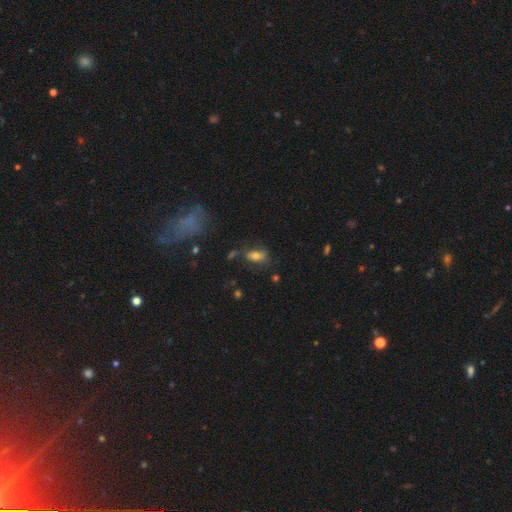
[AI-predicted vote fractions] Smooth or featured?
  - smooth: 69% *
  - featured or disk: 18%
  - star or artifact: 12%
How rounded?
  - in between: 85% *
  - round: 8%
  - cigar-shaped: 7%
Merging?
  - none: 58% *
  - minor disturbance: 22%
  - major disturbance: 12%
  - merger: 8%